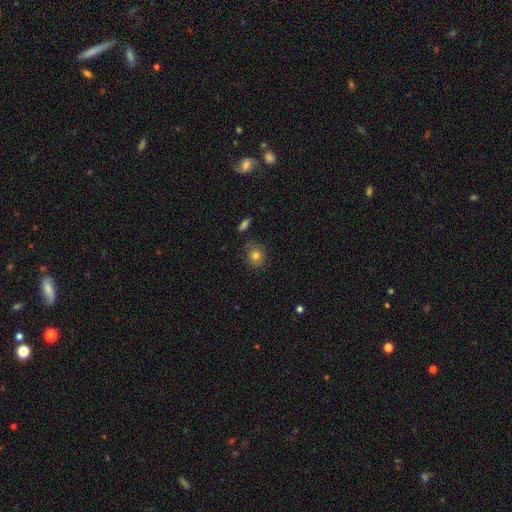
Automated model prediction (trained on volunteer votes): Smooth or featured: smooth — 77% (featured or disk — 12%)
How rounded: round — 80% (in between — 19%)
Merging: none — 78% (minor disturbance — 15%)